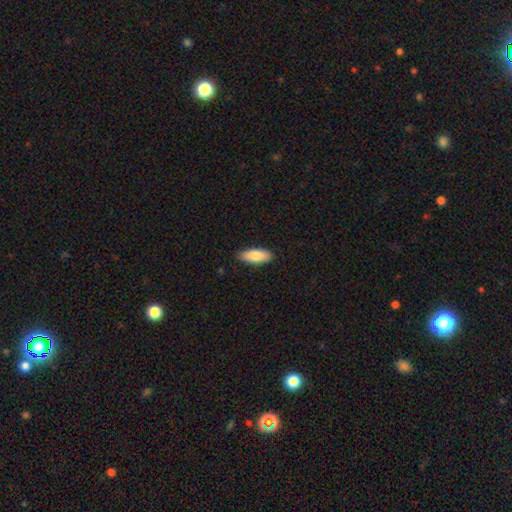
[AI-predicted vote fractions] Smooth or featured? smooth (86%)
How rounded? in between (75%)
Merging? none (86%)